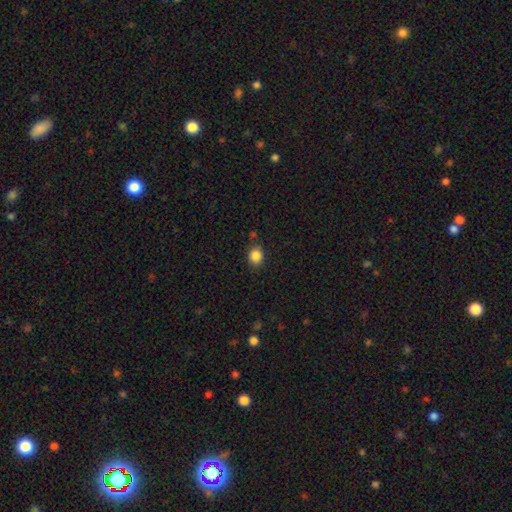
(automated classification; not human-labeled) A smooth galaxy with no disk features (86%) that is round (59%).

Vote fractions:
- Smooth or featured? smooth: 86% / star or artifact: 10% / featured or disk: 4%
- How rounded? round: 59% / in between: 40% / cigar-shaped: 1%
- Merging? none: 81% / minor disturbance: 12% / merger: 3% / major disturbance: 3%